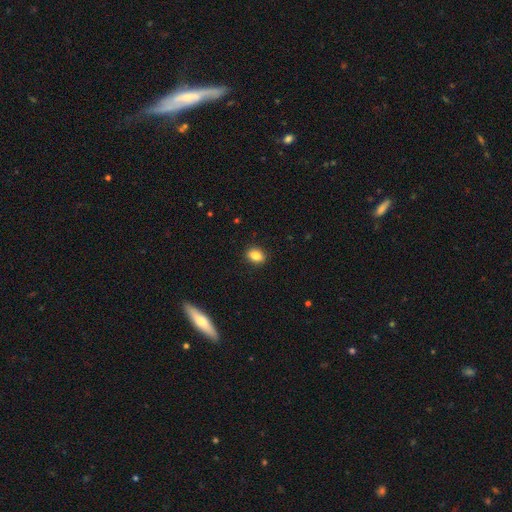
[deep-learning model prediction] Overall: smooth (83%). How rounded: in between (75%). Merging: none (90%).